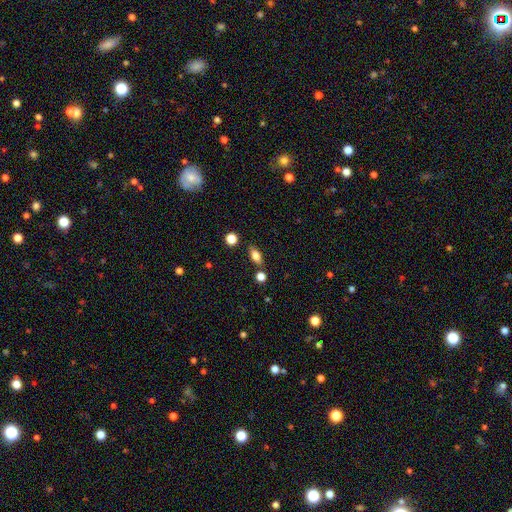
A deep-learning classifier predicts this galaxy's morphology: smooth-or-featured: smooth: 74% | featured or disk: 16% | star or artifact: 10%
  how-rounded: in between: 78% | cigar-shaped: 12% | round: 10%
  merging: none: 80% | minor disturbance: 11% | merger: 6% | major disturbance: 3%